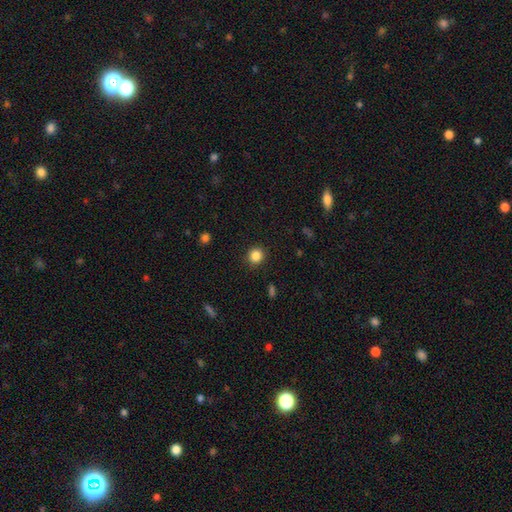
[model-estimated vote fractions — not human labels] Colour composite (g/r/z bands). It shows a smooth galaxy with no disk features (85%) that is round (91%). Merging: none (91%).